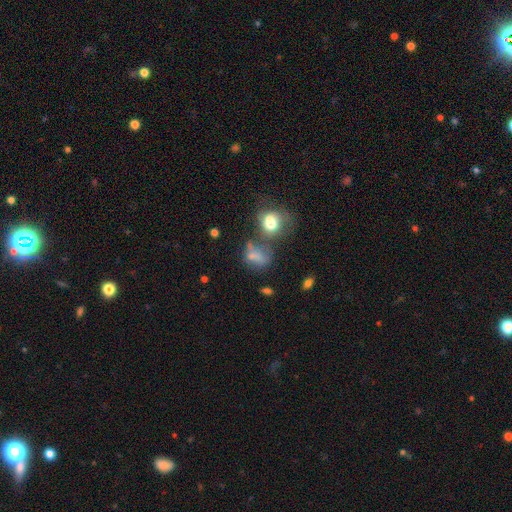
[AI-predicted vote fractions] The model was most divided on "merging" (2-way tie): merger: 31%, none: 31%, major disturbance: 20%, minor disturbance: 18%. More confident: smooth or featured — smooth (62%); how rounded — in between (57%).